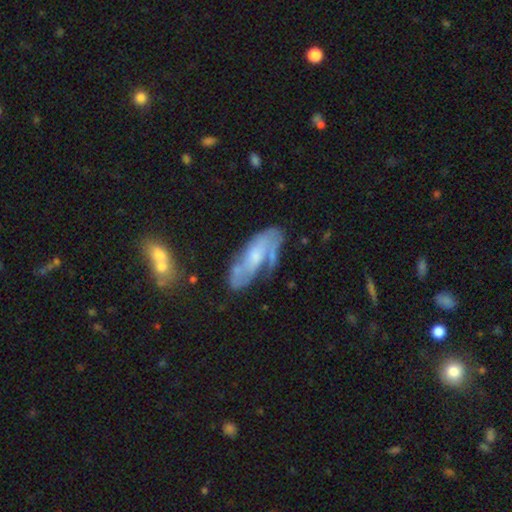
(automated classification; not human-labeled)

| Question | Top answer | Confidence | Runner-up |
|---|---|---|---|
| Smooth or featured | featured or disk | 63% | smooth (30%) |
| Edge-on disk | no | 85% | yes (15%) |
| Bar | no | 66% | weak (27%) |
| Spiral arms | yes | 71% | no (29%) |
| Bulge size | small | 49% | moderate (36%) |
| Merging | none | 49% | minor disturbance (24%) |